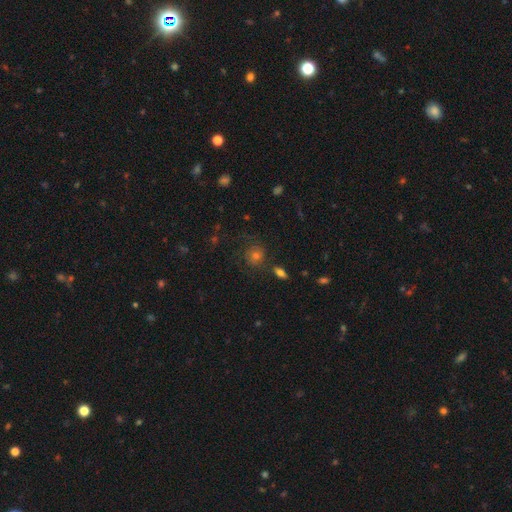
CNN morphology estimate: This appears to be a smooth galaxy with no disk features (49%). Merging: none (71%).